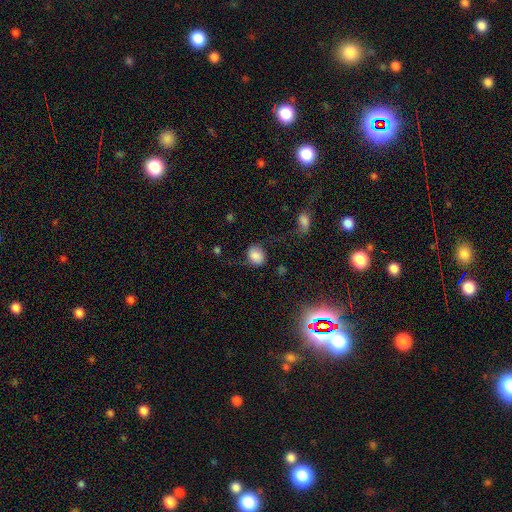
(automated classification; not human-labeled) Smooth or featured: smooth — 76% (featured or disk — 14%)
How rounded: round — 50% (in between — 49%)
Merging: none — 60% (minor disturbance — 22%)